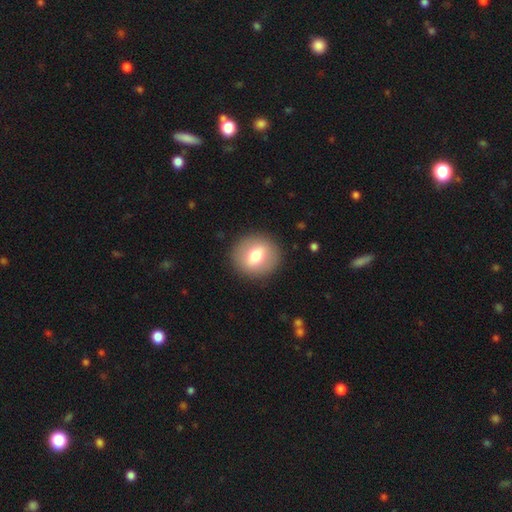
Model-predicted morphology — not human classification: Smooth or featured: smooth — 66% (featured or disk — 26%)
How rounded: round — 85% (in between — 14%)
Merging: none — 90% (minor disturbance — 6%)